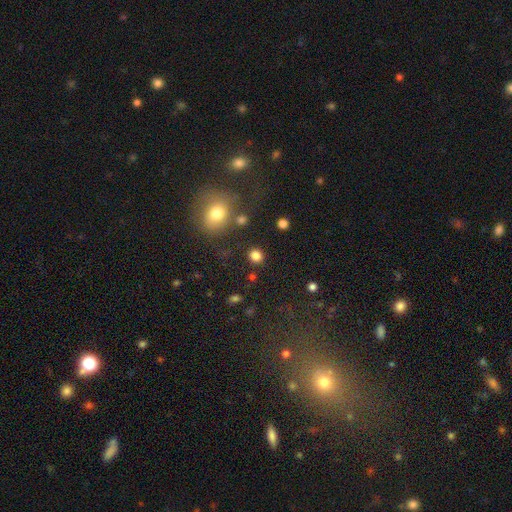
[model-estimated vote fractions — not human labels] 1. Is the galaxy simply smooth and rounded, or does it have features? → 83% smooth, 13% star or artifact, 4% featured or disk.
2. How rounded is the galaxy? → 84% round, 15% in between, 1% cigar-shaped.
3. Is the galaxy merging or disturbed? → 86% none, 7% minor disturbance, 4% merger, 3% major disturbance.